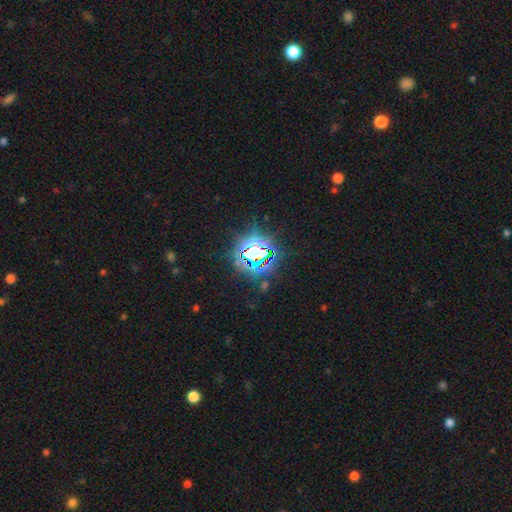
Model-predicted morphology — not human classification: A star or artifact, not a galaxy (79%).

Vote fractions:
- Smooth or featured? star or artifact: 79% / smooth: 12% / featured or disk: 10%